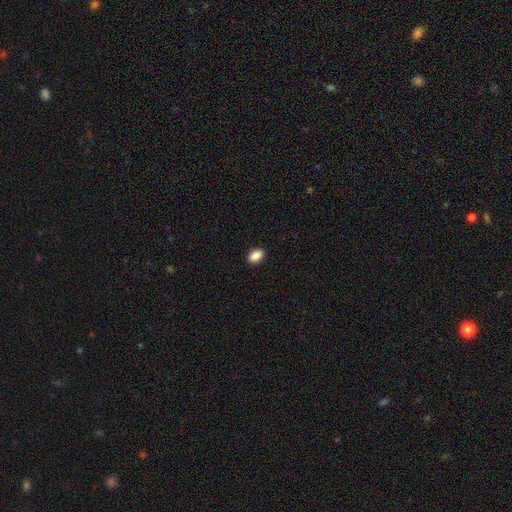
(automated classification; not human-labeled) Smooth or featured?
  - smooth: 89% *
  - star or artifact: 7%
  - featured or disk: 3%
How rounded?
  - in between: 90% *
  - round: 9%
  - cigar-shaped: 2%
Merging?
  - none: 90% *
  - minor disturbance: 7%
  - major disturbance: 2%
  - merger: 1%